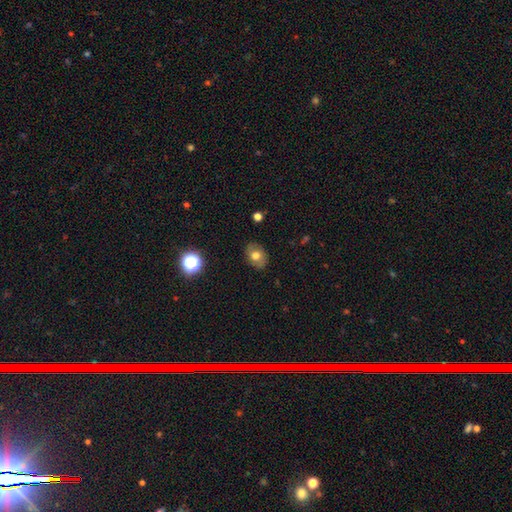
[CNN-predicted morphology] type=smooth (71%); roundness=in between (67%); merging=none (84%).